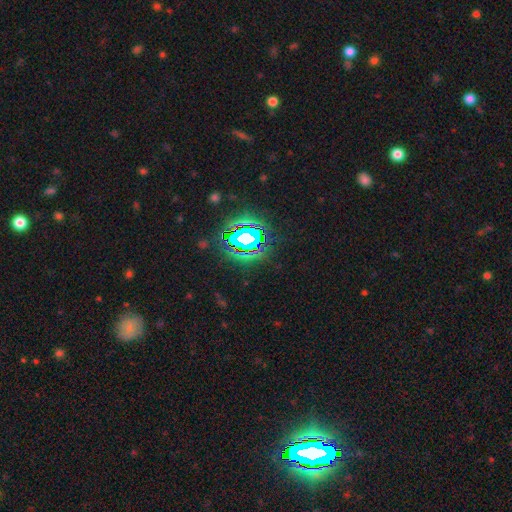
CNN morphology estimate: Smooth or featured? Predicted: star or artifact (p=0.82).